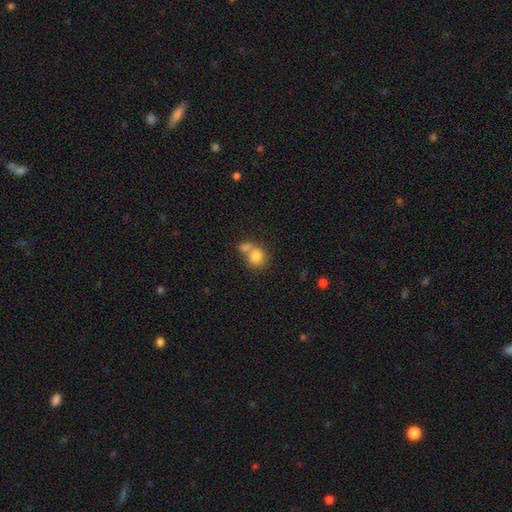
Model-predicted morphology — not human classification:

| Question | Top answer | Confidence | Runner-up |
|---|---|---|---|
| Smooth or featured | smooth | 79% | featured or disk (11%) |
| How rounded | round | 77% | in between (22%) |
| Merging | merger | 51% | none (36%) |